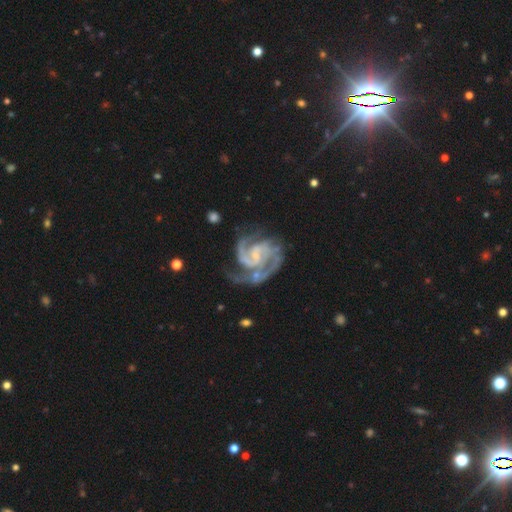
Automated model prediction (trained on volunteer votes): Overall: featured or disk (93%). Edge-on disk: no (98%). Bar: weak (48%; no 33%). Spiral arms: yes (98%). Spiral arm count: 2 (65%). Spiral winding: medium (48%; tight 44%). Bulge size: small (53%; none 28%). Merging: none (58%; minor disturbance 20%).